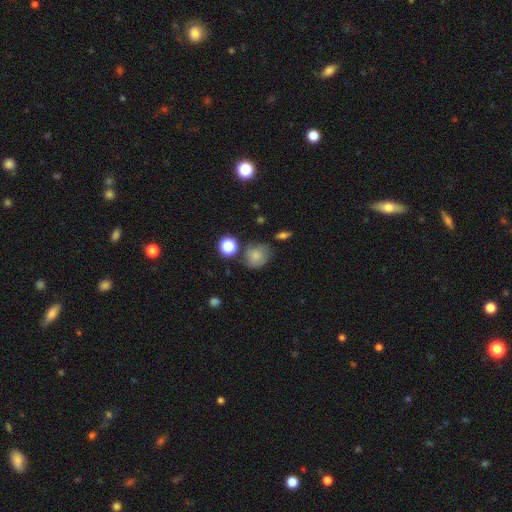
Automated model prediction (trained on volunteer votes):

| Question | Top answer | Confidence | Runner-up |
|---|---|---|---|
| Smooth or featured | smooth | 71% | featured or disk (16%) |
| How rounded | round | 76% | in between (22%) |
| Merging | none | 63% | minor disturbance (22%) |